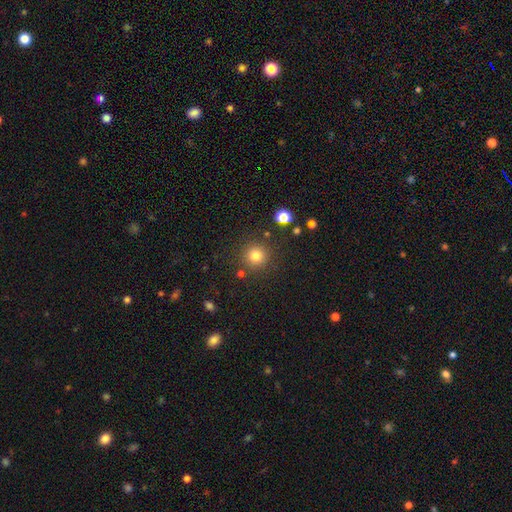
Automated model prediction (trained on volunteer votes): Overall: smooth (80%). How rounded: round (94%). Merging: none (86%).